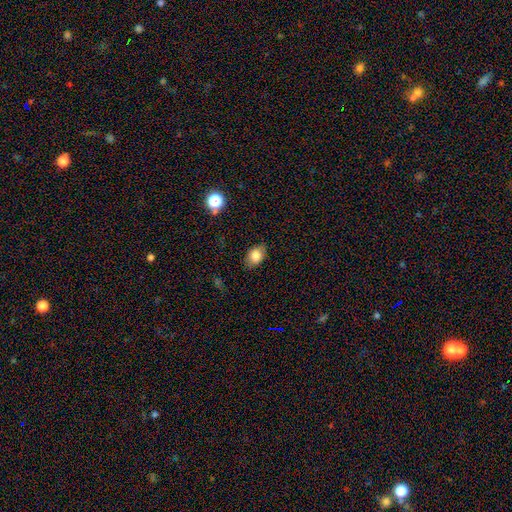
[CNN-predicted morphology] The model was most divided on "how rounded": in between: 75%, round: 23%, cigar-shaped: 1%. More confident: merging — none (81%); smooth or featured — smooth (81%).